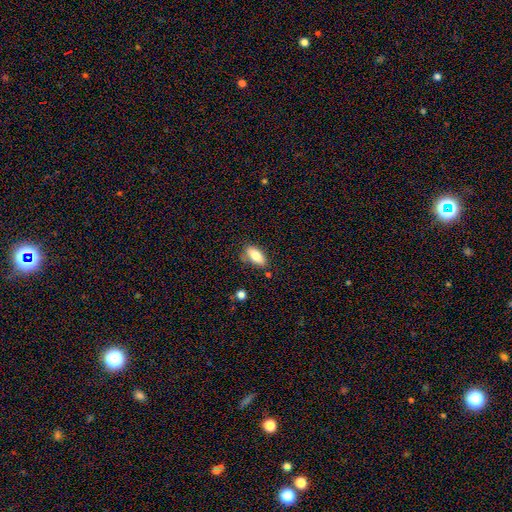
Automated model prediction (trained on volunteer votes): This appears to be a smooth galaxy with no disk features (79%) that is in between round and cigar-shaped (84%). Merging: none (75%).